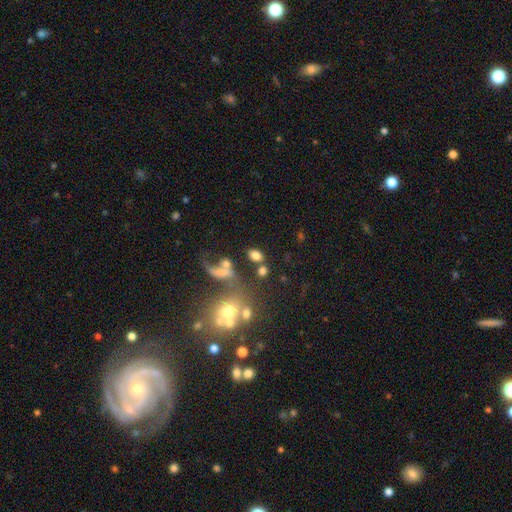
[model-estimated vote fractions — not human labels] Morphology: type=smooth (73%); roundness=in between (80%); merging=none (54%).